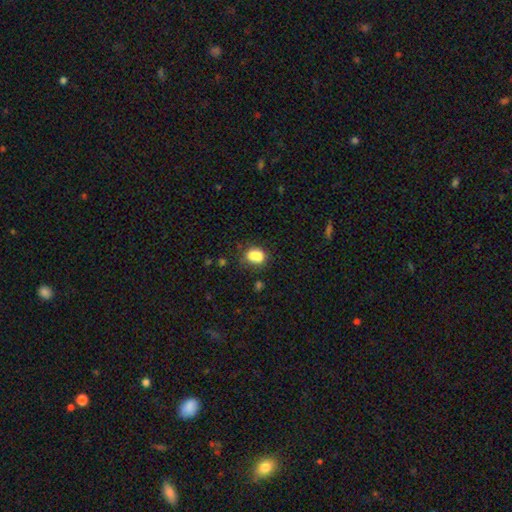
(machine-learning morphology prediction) smooth 81%, star or artifact 11%, featured or disk 8%. Down the decision tree: how rounded — in between (64%); merging — none (55%).